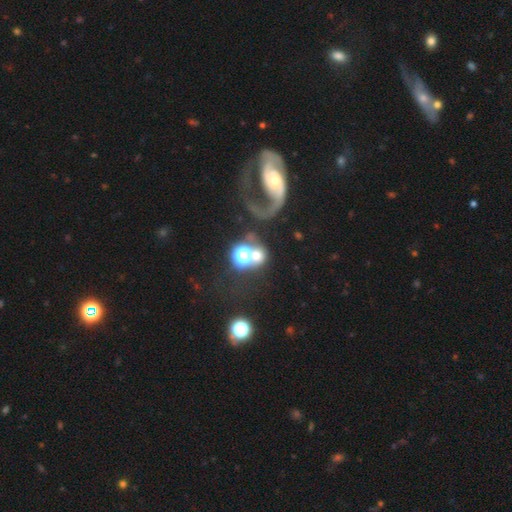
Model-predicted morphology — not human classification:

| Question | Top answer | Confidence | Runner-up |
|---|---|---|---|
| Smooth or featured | smooth | 50% | star or artifact (25%) |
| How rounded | round | 80% | in between (18%) |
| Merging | merger | 35% | none (34%) |